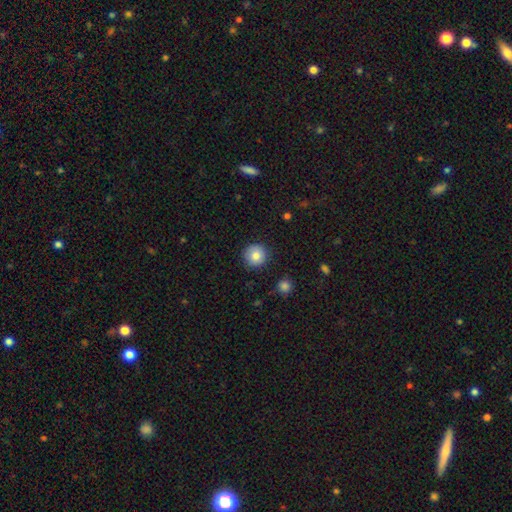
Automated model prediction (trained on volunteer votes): This is clearly a smooth galaxy (81%). How rounded: clearly round (95%). Merging: clearly none (89%).